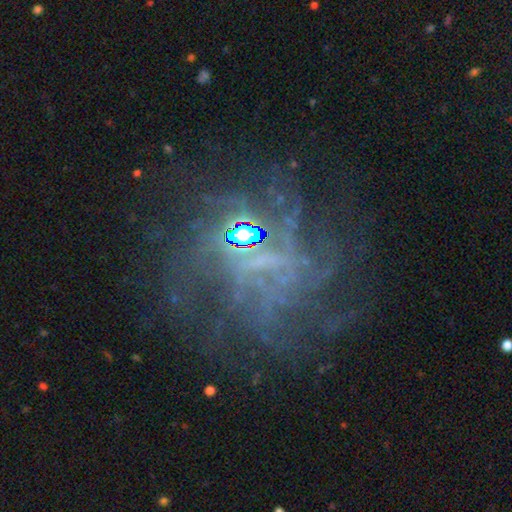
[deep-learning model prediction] This is likely a featured or disk galaxy (60%). It is clearly not viewed edge-on (96%). Bar: possibly no (56%). Spiral arm pattern: likely yes (72%). Central bulge: marginally small (35%). Merging: possibly none (59%).